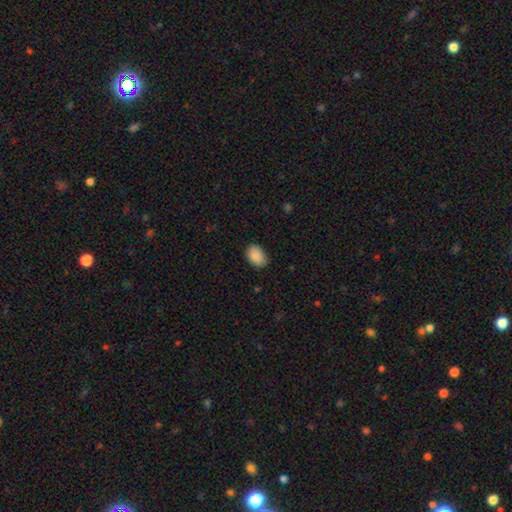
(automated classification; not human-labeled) Smooth or featured? smooth (90%)
How rounded? in between (82%)
Merging? none (81%)